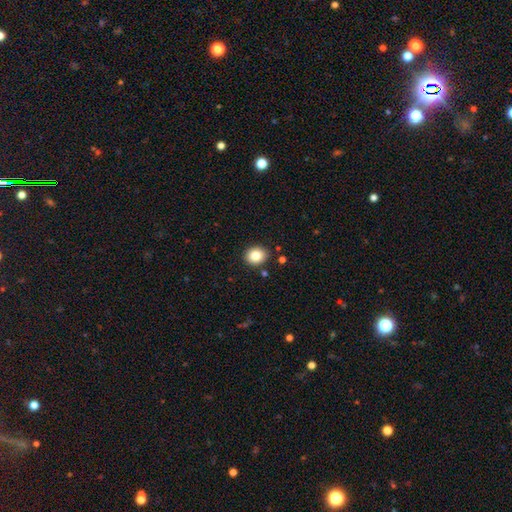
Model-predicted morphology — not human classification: This appears to be a smooth galaxy with no disk features (84%) that is round (66%). Merging: none (88%).